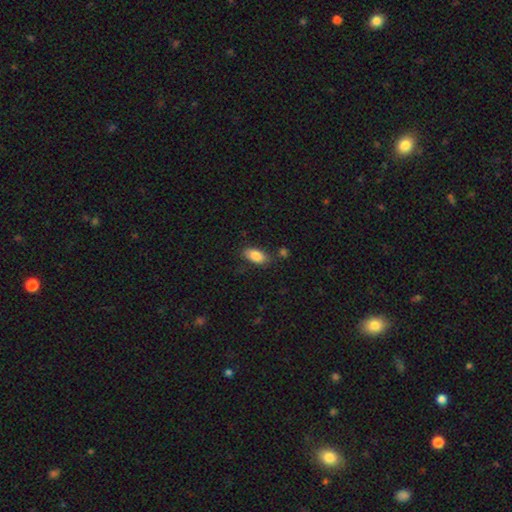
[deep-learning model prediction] Q: Smooth or featured?
A: smooth (85%); runner-up: featured or disk (8%)
Q: How rounded?
A: in between (91%); runner-up: cigar-shaped (6%)
Q: Merging?
A: none (76%); runner-up: minor disturbance (16%)